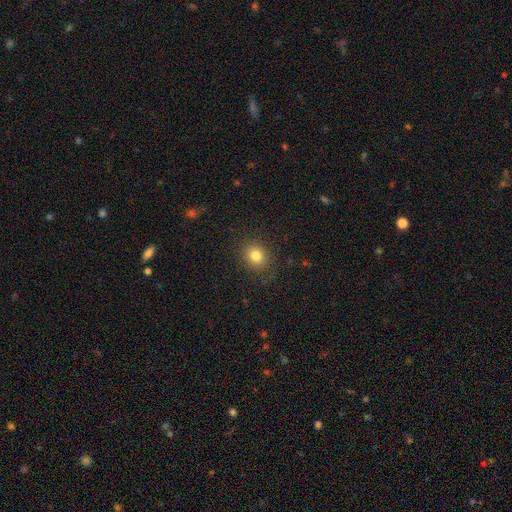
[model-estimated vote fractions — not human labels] This appears to be a smooth galaxy with no disk features (81%) that is round (68%). Merging: none (86%).